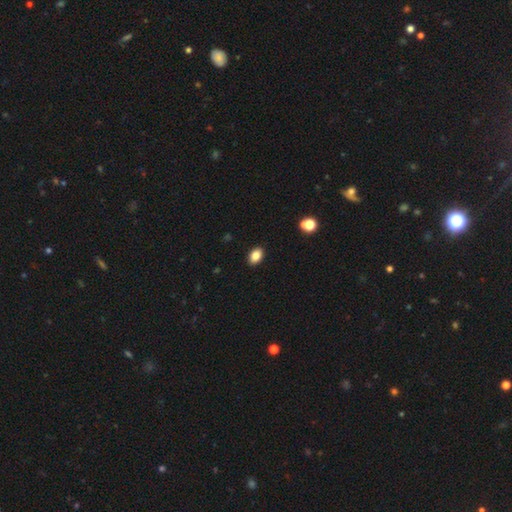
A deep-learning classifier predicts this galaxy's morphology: A smooth galaxy with no disk features (85%) that is in between round and cigar-shaped (86%). Merging: none (90%).